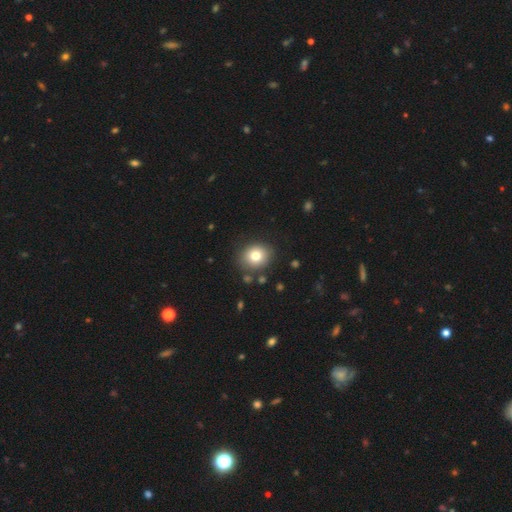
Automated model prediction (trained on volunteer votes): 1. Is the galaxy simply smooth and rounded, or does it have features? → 80% smooth, 11% featured or disk, 10% star or artifact.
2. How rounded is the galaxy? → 69% round, 30% in between, 1% cigar-shaped.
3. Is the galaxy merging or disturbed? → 84% none, 10% minor disturbance, 3% major disturbance, 3% merger.